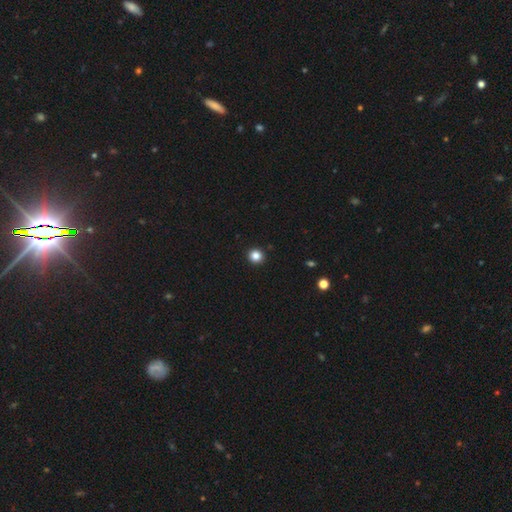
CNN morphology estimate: smooth_or_featured: smooth (p=0.84) [alt: star or artifact p=0.12]
how_rounded: round (p=0.93) [alt: in between p=0.06]
merging: none (p=0.94) [alt: minor disturbance p=0.04]